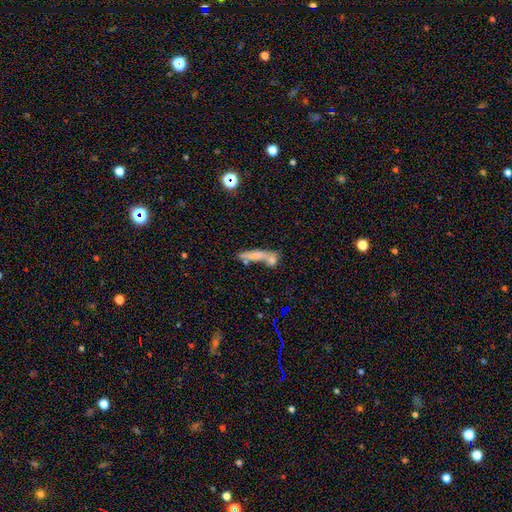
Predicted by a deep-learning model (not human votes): Smooth or featured: smooth — 63% (featured or disk — 26%)
How rounded: cigar-shaped — 77% (in between — 19%)
Merging: none — 40% (merger — 39%)